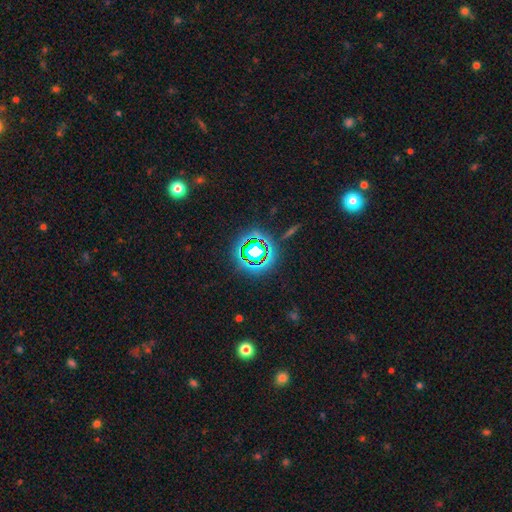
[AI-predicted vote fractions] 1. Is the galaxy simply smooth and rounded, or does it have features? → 70% star or artifact, 19% smooth, 11% featured or disk.